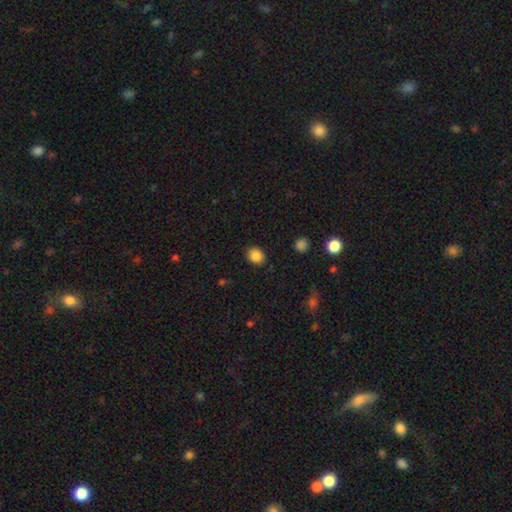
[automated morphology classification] The model was most divided on "how rounded": round: 58%, in between: 41%, cigar-shaped: 1%. More confident: merging — none (88%); smooth or featured — smooth (86%).